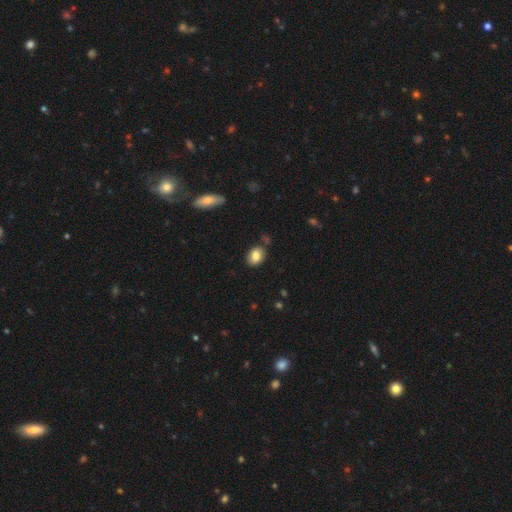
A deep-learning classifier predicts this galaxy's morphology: Overall: smooth (81%). How rounded: in between (73%). Merging: none (75%).